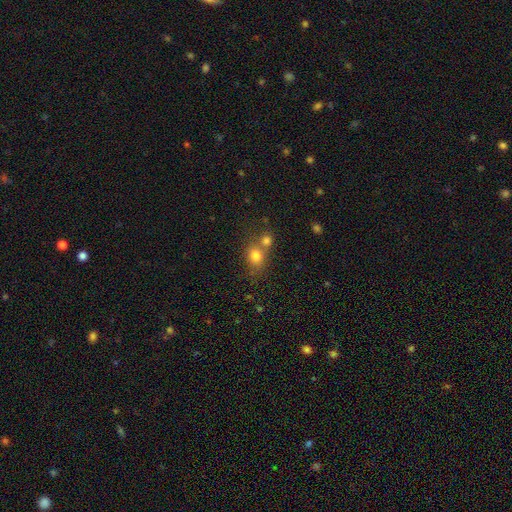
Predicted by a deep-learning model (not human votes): Smooth or featured? smooth (78%)
How rounded? round (65%)
Merging? none (45%)